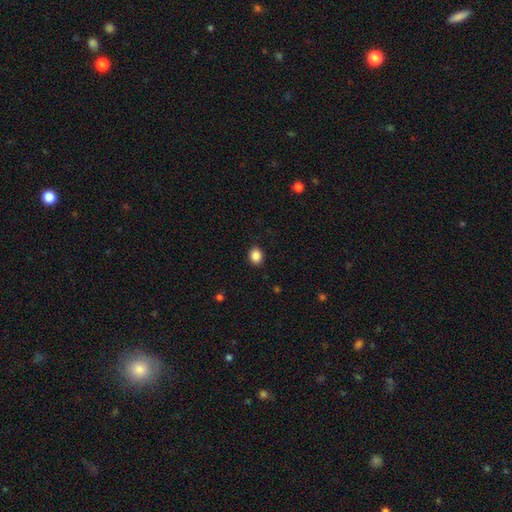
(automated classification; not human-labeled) smooth-or-featured: smooth: 87% | star or artifact: 9% | featured or disk: 4%
  how-rounded: round: 56% | in between: 43% | cigar-shaped: 1%
  merging: none: 90% | minor disturbance: 7% | major disturbance: 2% | merger: 1%